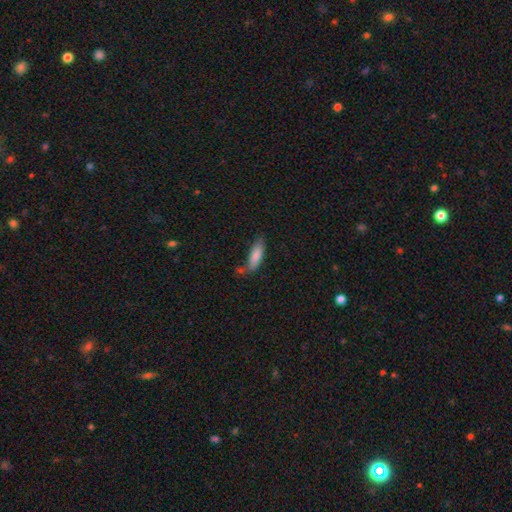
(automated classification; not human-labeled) smooth-or-featured: smooth: 82% | featured or disk: 11% | star or artifact: 7%
  how-rounded: in between: 52% | cigar-shaped: 46% | round: 2%
  merging: none: 58% | minor disturbance: 24% | merger: 12% | major disturbance: 6%